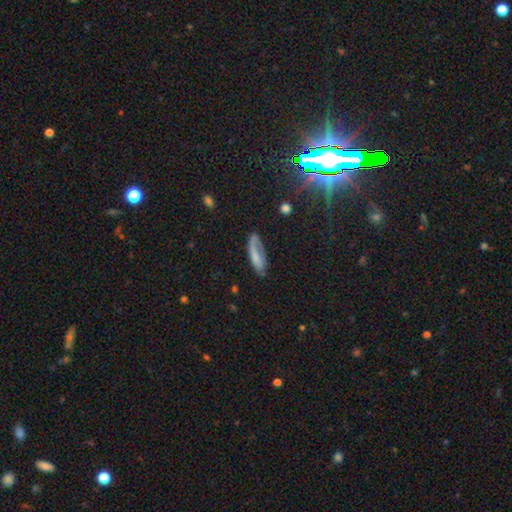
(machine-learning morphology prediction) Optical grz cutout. It shows a smooth galaxy with no disk features (61%) that is in between round and cigar-shaped (50%). Merging: none (54%).